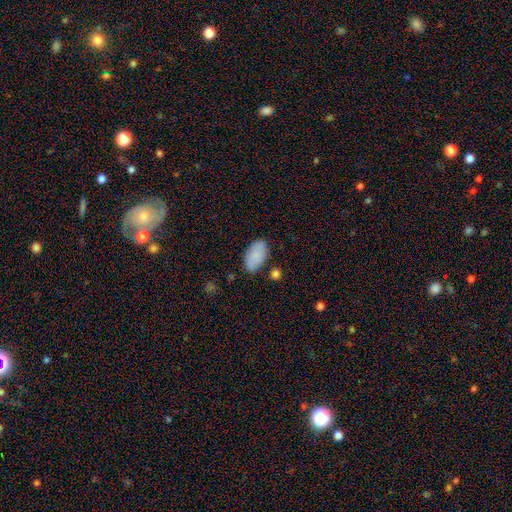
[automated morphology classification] Smooth or featured: smooth — 86% (featured or disk — 8%)
How rounded: in between — 95% (round — 3%)
Merging: none — 76% (minor disturbance — 16%)